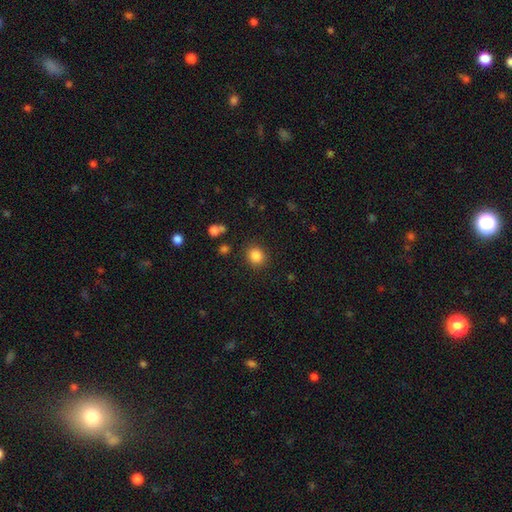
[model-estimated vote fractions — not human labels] smooth 85%, star or artifact 11%, featured or disk 4%. Down the decision tree: how rounded — round (82%); merging — none (88%).